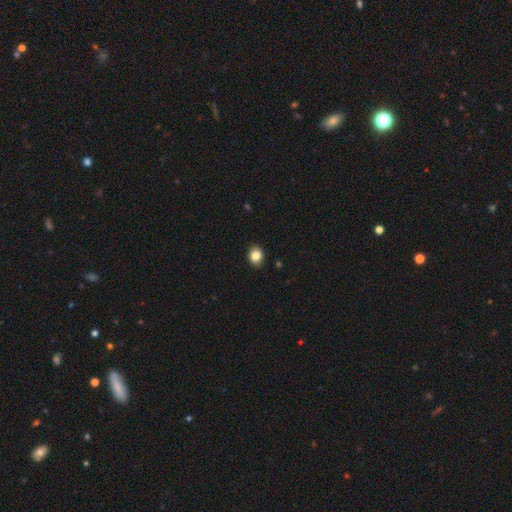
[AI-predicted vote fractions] This appears to be a smooth galaxy with no disk features (84%) that is round (50%). Merging: none (90%).